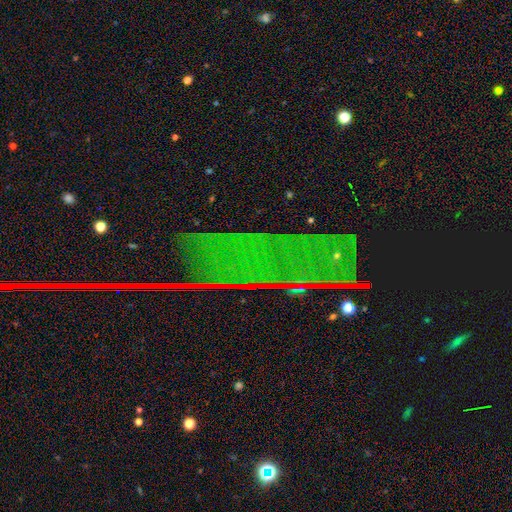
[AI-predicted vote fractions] smooth-or-featured: star or artifact: 82% | featured or disk: 10% | smooth: 9%